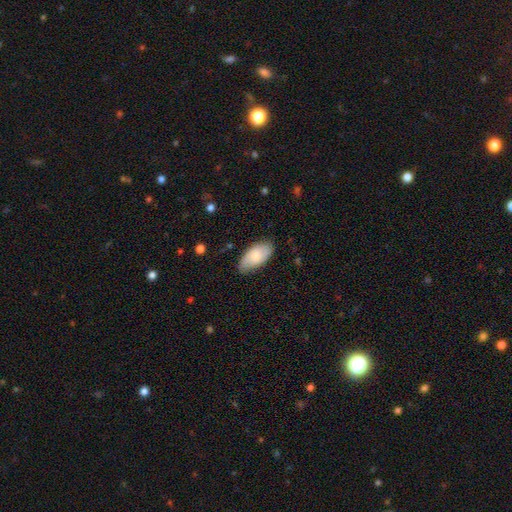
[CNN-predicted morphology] A smooth galaxy with no disk features (71%) that is in between round and cigar-shaped (94%).

Vote fractions:
- Smooth or featured? smooth: 71% / featured or disk: 23% / star or artifact: 6%
- How rounded? in between: 94% / cigar-shaped: 3% / round: 2%
- Merging? none: 77% / minor disturbance: 19% / major disturbance: 3% / merger: 1%